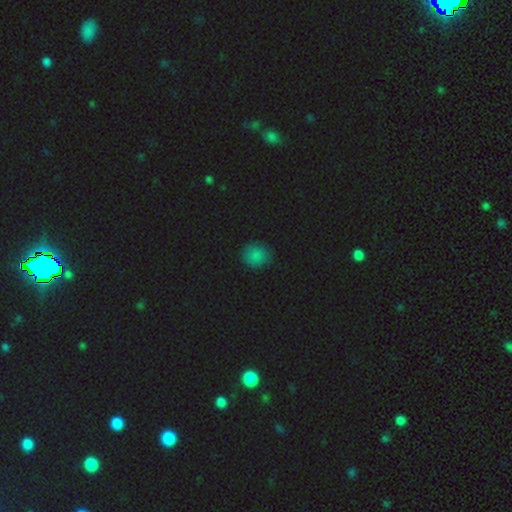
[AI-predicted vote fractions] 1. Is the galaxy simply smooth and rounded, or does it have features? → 80% smooth, 15% star or artifact, 4% featured or disk.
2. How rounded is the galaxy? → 85% round, 14% in between, 1% cigar-shaped.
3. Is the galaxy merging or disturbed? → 87% none, 9% minor disturbance, 2% major disturbance, 1% merger.